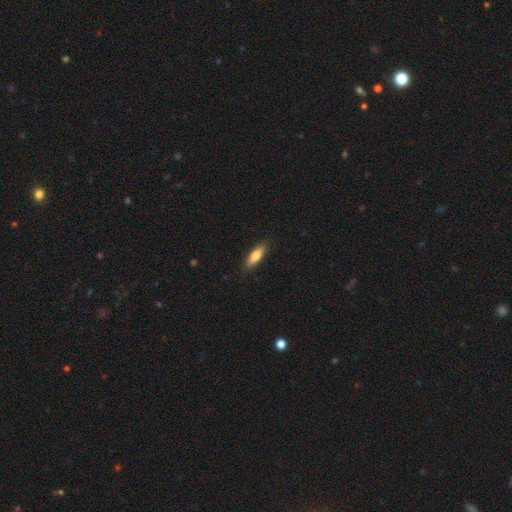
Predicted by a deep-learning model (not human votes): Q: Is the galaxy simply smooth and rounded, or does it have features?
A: smooth — 74%.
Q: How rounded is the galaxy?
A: cigar-shaped — 54%.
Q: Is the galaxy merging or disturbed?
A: none — 87%.